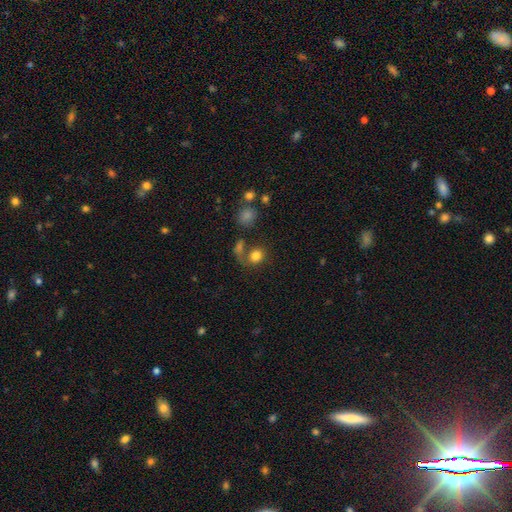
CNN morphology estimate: This is likely a smooth galaxy (80%). How rounded: likely round (71%). Merging: possibly none (53%).